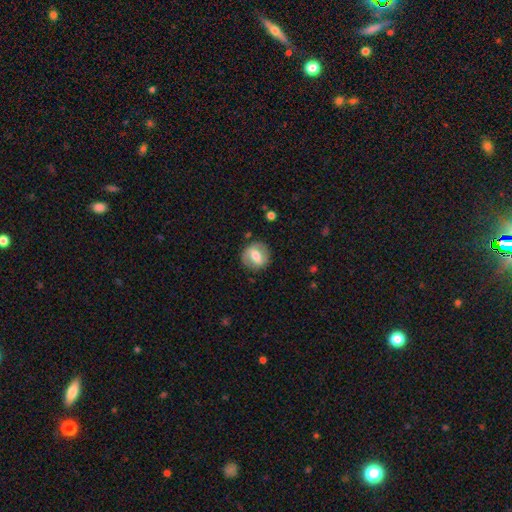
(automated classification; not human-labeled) Smooth or featured?
  - smooth: 49% *
  - featured or disk: 44%
  - star or artifact: 7%
Merging?
  - none: 83% *
  - minor disturbance: 11%
  - major disturbance: 4%
  - merger: 1%